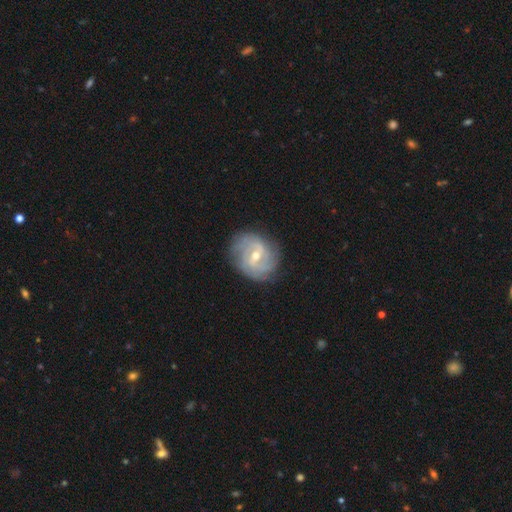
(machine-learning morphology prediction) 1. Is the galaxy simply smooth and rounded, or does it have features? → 83% featured or disk, 10% smooth, 6% star or artifact.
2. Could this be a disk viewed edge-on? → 97% no, 3% yes.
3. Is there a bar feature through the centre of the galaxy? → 54% weak, 26% no, 20% strong.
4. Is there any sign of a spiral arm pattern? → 95% yes, 5% no.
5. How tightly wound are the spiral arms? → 50% tight, 37% medium, 13% loose.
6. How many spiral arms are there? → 34% 2, 27% can't tell, 20% 3, 9% 4, 5% more than 4, 5% 1.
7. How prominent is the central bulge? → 51% moderate, 46% small, 2% large, 1% none, 1% dominant.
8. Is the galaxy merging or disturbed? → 79% none, 15% minor disturbance, 5% major disturbance, 1% merger.